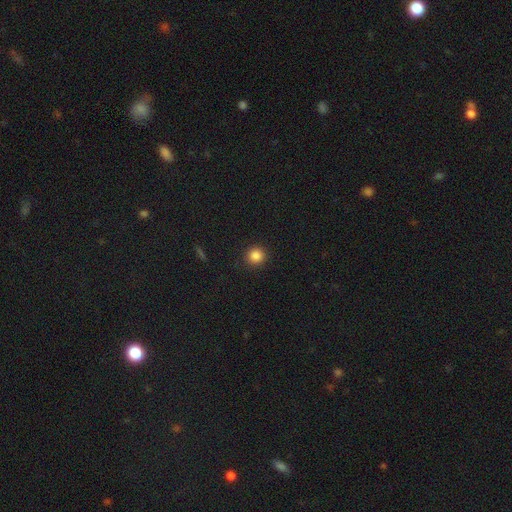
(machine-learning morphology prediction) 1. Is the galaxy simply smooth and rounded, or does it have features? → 85% smooth, 11% star or artifact, 3% featured or disk.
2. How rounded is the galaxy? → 94% round, 5% in between, 1% cigar-shaped.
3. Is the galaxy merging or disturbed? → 91% none, 6% minor disturbance, 2% major disturbance, 1% merger.